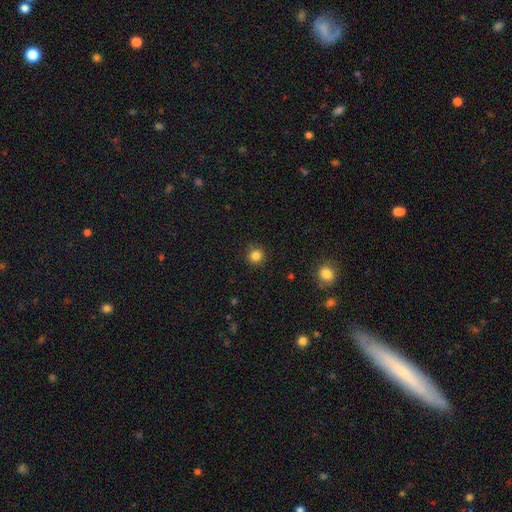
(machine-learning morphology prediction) Overall: smooth (83%). How rounded: round (93%). Merging: none (90%).